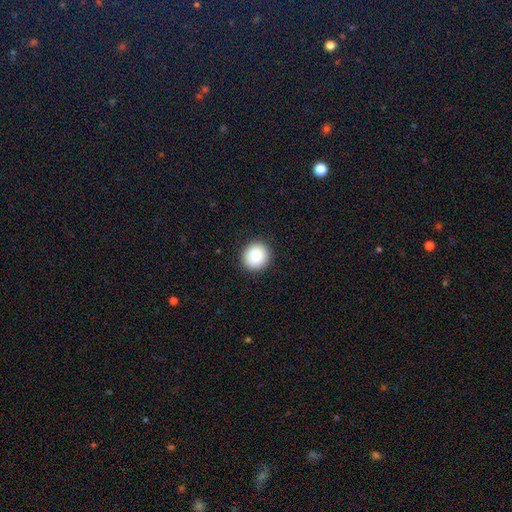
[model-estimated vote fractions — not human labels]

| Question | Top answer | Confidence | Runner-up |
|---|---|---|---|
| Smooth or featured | smooth | 88% | star or artifact (8%) |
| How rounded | round | 90% | in between (9%) |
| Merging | none | 91% | minor disturbance (6%) |